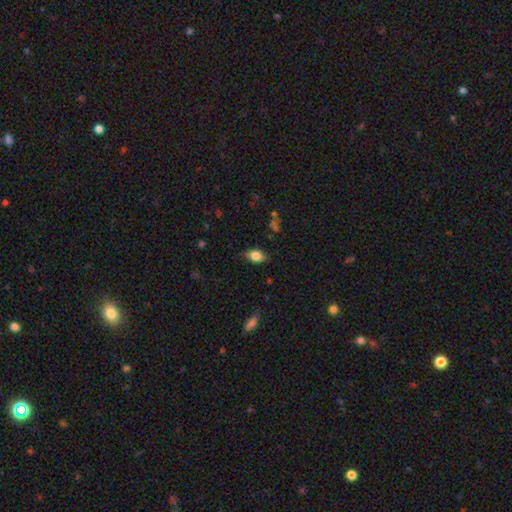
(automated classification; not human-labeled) This appears to be a smooth galaxy with no disk features (82%) that is in between round and cigar-shaped (86%). Merging: none (79%).